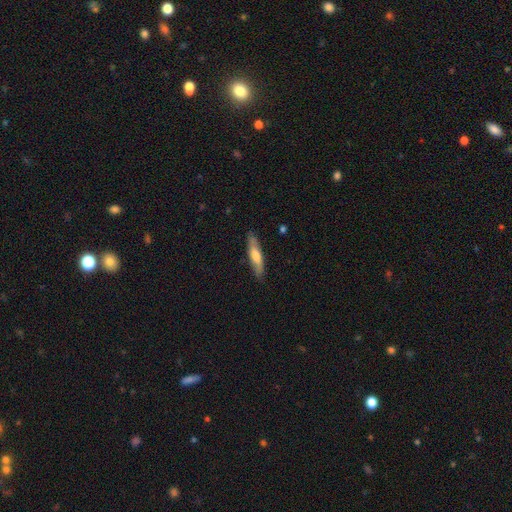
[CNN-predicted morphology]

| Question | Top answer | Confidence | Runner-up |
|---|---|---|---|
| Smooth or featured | smooth | 58% | featured or disk (37%) |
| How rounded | cigar-shaped | 78% | in between (21%) |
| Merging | none | 85% | minor disturbance (12%) |